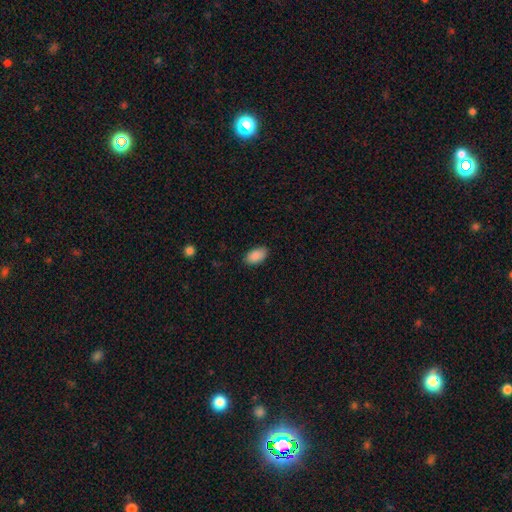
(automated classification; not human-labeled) smooth_or_featured: smooth (p=0.90) [alt: star or artifact p=0.07]
how_rounded: in between (p=0.94) [alt: round p=0.04]
merging: none (p=0.84) [alt: minor disturbance p=0.12]